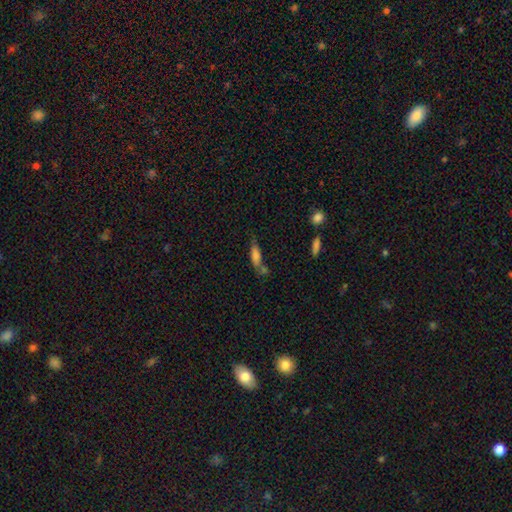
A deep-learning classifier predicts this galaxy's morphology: Smooth or featured? smooth (77%)
How rounded? in between (54%)
Merging? none (42%)